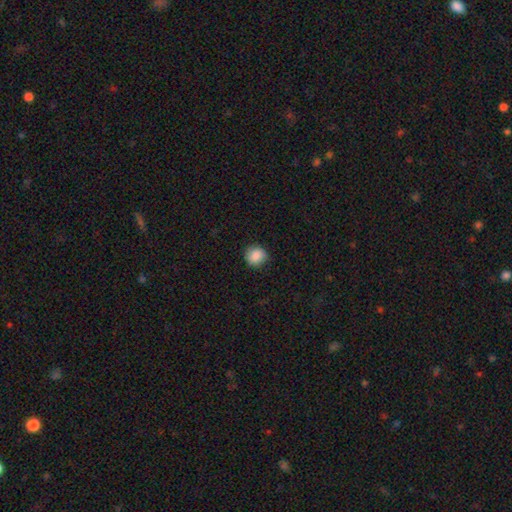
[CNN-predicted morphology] Smooth or featured: smooth — 87% (star or artifact — 9%)
How rounded: round — 89% (in between — 10%)
Merging: none — 87% (minor disturbance — 10%)